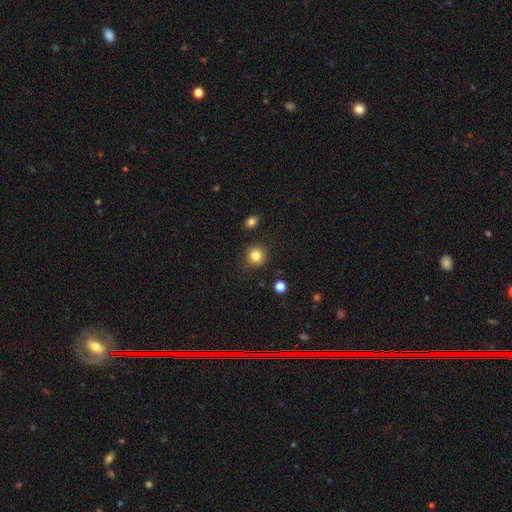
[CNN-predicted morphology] A smooth galaxy with no disk features (83%) that is round (91%). Merging: none (89%).